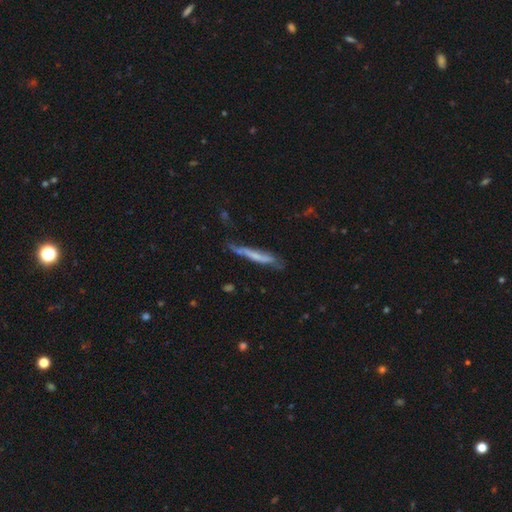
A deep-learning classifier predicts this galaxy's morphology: smooth_or_featured: featured or disk (p=0.47) [alt: smooth p=0.45]
merging: none (p=0.55) [alt: minor disturbance p=0.28]